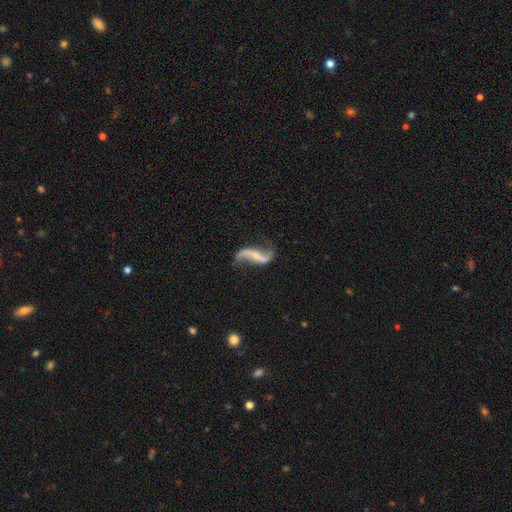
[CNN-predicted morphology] A featured or disk galaxy (87%) with a strong bar (38%), 2 (92%) loose (93%) spiral arms (94%) and a small central bulge (49%). Merging: none (69%).